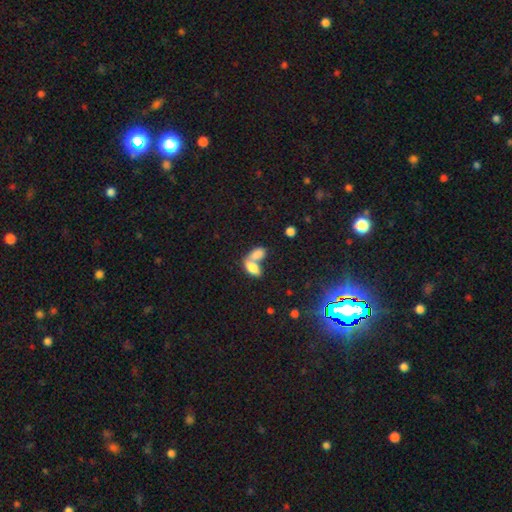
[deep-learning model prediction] smooth_or_featured: smooth (p=0.79) [alt: featured or disk p=0.13]
how_rounded: in between (p=0.90) [alt: round p=0.06]
merging: merger (p=0.69) [alt: none p=0.19]